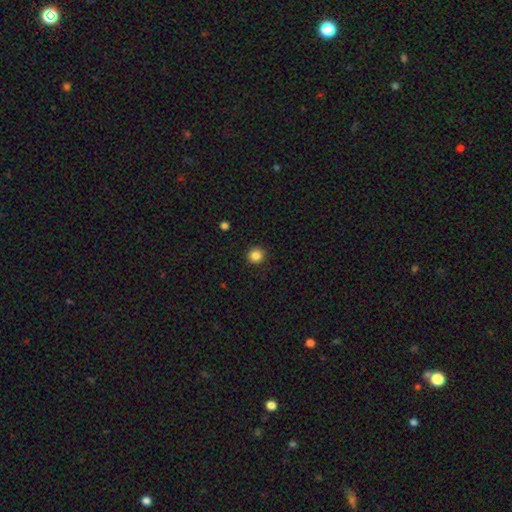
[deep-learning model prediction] Morphology: type=smooth (85%); roundness=round (93%); merging=none (92%).